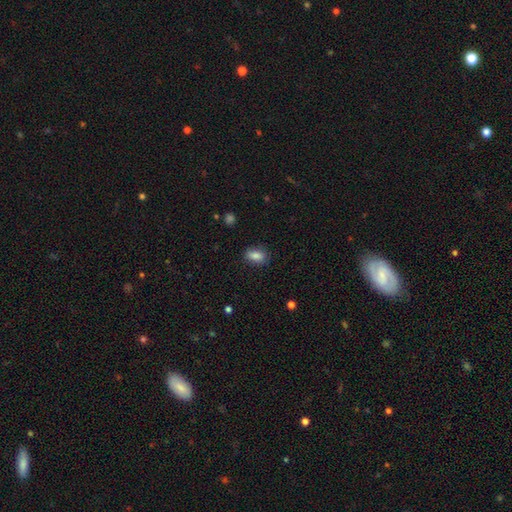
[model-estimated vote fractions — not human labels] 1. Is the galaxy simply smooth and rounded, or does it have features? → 85% smooth, 9% star or artifact, 6% featured or disk.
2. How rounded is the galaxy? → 84% in between, 11% round, 5% cigar-shaped.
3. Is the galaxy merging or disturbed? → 80% none, 16% minor disturbance, 3% major disturbance, 1% merger.